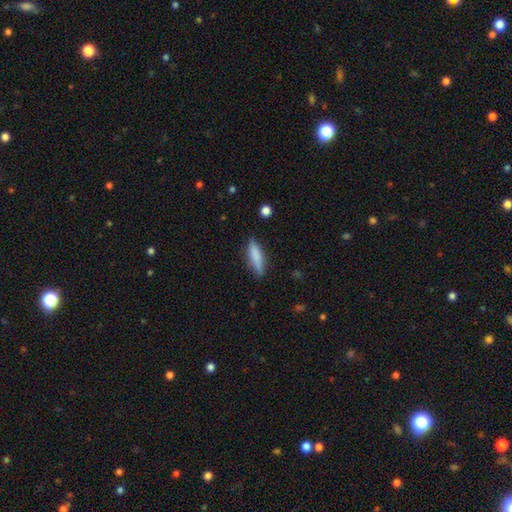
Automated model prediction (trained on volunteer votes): Morphology: type=smooth (80%); roundness=cigar-shaped (68%); merging=none (82%).